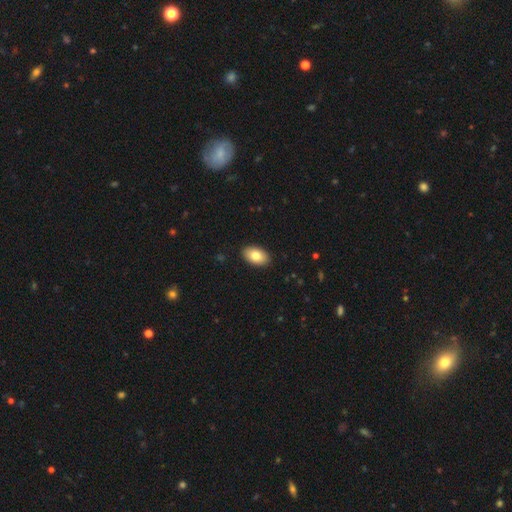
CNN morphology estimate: This appears to be a smooth galaxy with no disk features (82%) that is in between round and cigar-shaped (92%). Merging: none (90%).